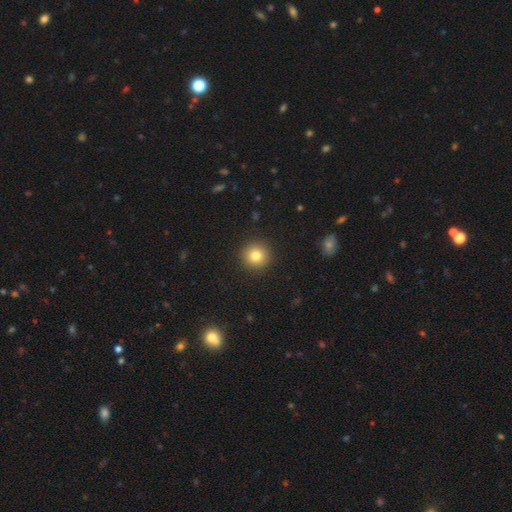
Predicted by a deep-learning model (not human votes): Smooth or featured?
  - smooth: 81% *
  - star or artifact: 11%
  - featured or disk: 8%
How rounded?
  - round: 94% *
  - in between: 5%
  - cigar-shaped: 1%
Merging?
  - none: 92% *
  - minor disturbance: 5%
  - major disturbance: 2%
  - merger: 1%